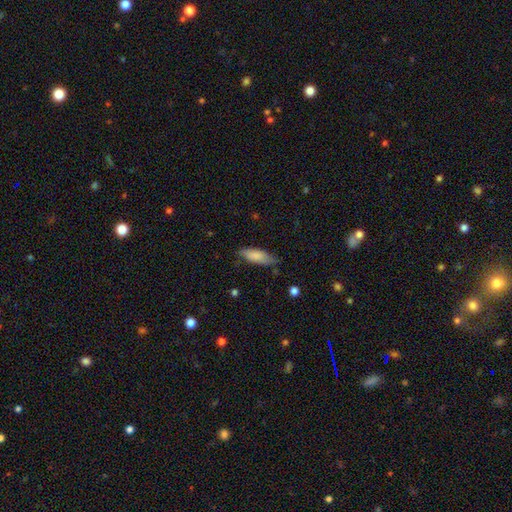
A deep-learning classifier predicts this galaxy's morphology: smooth-or-featured: smooth: 81% | featured or disk: 14% | star or artifact: 6%
  how-rounded: in between: 62% | cigar-shaped: 36% | round: 2%
  merging: none: 70% | minor disturbance: 24% | major disturbance: 4% | merger: 2%